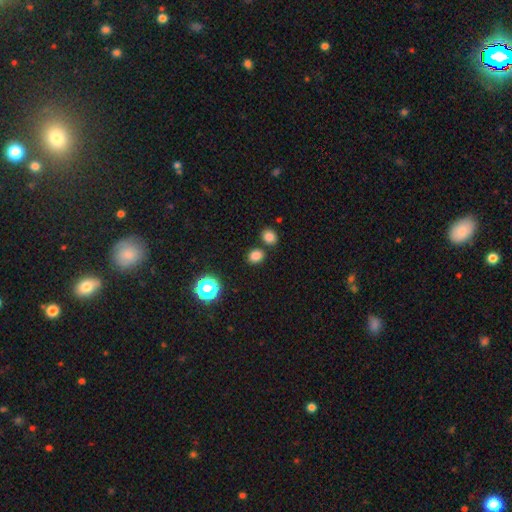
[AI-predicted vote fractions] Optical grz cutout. It shows a smooth galaxy with no disk features (81%) that is round (62%). Merging: none (78%).